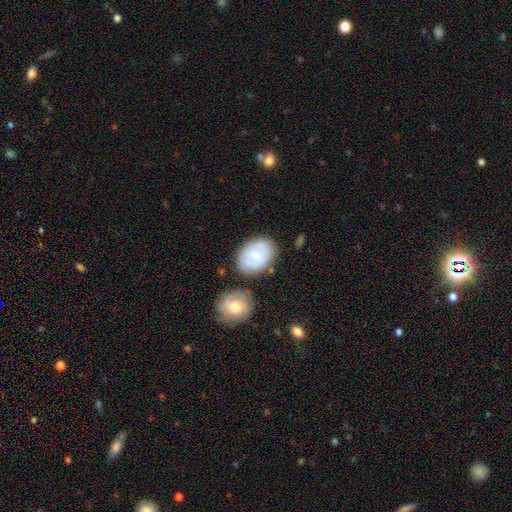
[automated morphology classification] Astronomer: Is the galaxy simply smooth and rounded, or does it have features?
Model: smooth — 60%.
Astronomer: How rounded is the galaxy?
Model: in between — 73%.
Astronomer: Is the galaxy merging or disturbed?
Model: none — 69%.